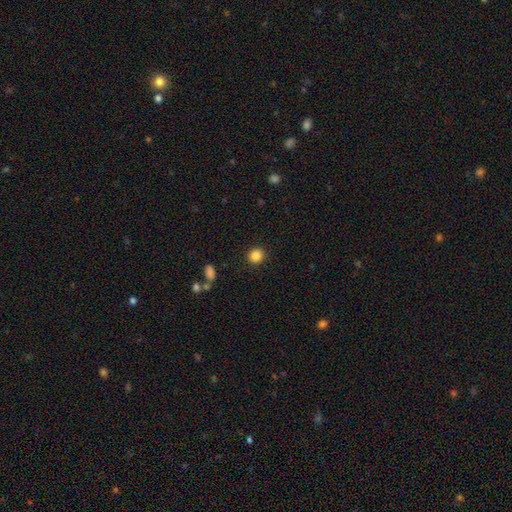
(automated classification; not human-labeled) The model was most divided on "how rounded": round: 86%, in between: 13%, cigar-shaped: 1%. More confident: merging — none (91%); smooth or featured — smooth (86%).